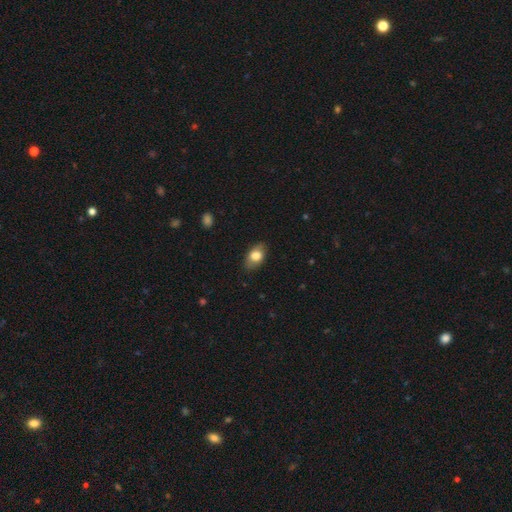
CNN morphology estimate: Smooth or featured? smooth (78%)
How rounded? in between (88%)
Merging? none (83%)